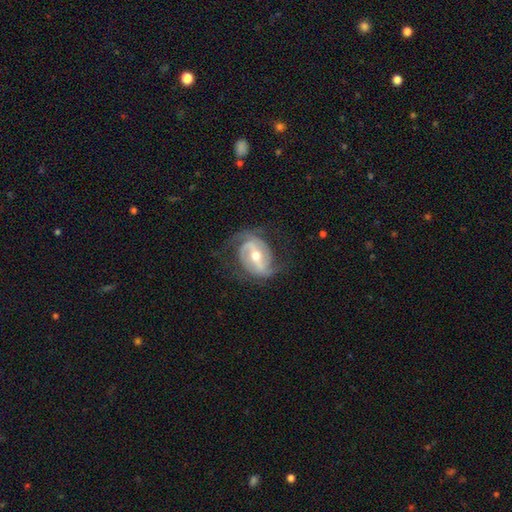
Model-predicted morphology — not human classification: featured or disk 86%, smooth 9%, star or artifact 5%. Down the decision tree: edge-on disk — no (96%); bar — strong (50%); spiral arms — yes (92%); spiral arm count — 2 (71%); spiral winding — medium (44%); bulge size — moderate (66%); merging — none (66%).